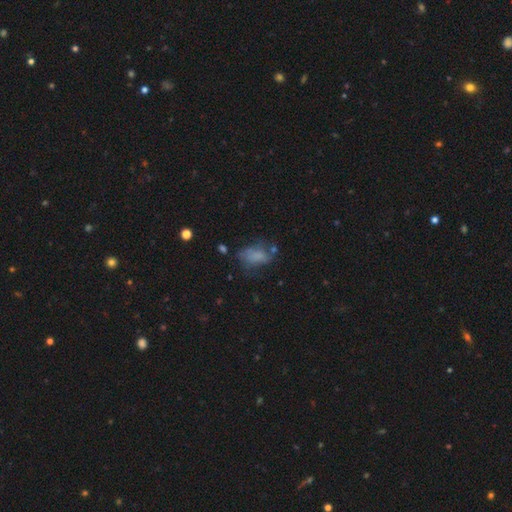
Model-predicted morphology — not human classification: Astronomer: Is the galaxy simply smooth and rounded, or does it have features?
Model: smooth — 66%.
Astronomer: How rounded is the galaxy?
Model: in between — 85%.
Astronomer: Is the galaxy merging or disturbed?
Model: none — 43% (runner-up: minor disturbance, 28%).